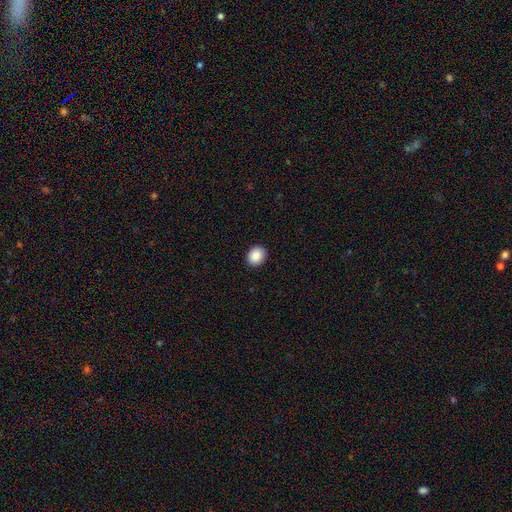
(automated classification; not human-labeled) The model was most divided on "how rounded": round: 60%, in between: 40%, cigar-shaped: 1%. More confident: merging — none (91%); smooth or featured — smooth (88%).